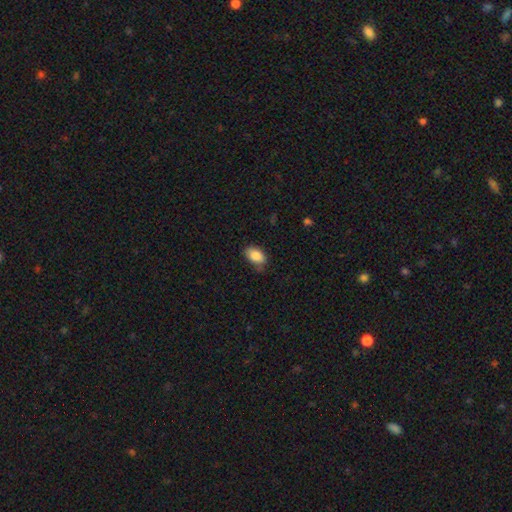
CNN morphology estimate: Q: Smooth or featured?
A: smooth (86%); runner-up: star or artifact (8%)
Q: How rounded?
A: in between (90%); runner-up: round (8%)
Q: Merging?
A: none (72%); runner-up: minor disturbance (22%)